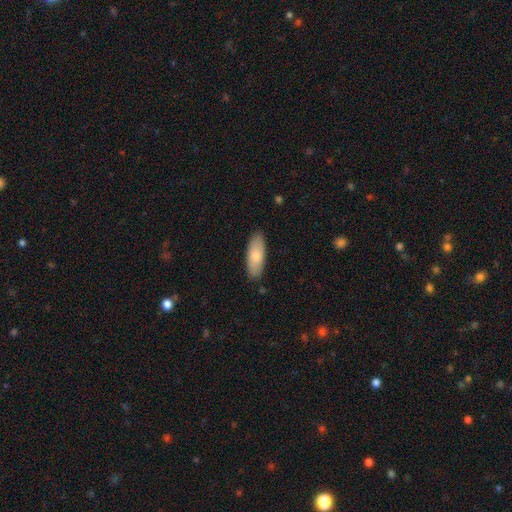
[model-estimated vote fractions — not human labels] Morphology: type=smooth (80%); roundness=in between (73%); merging=none (86%).